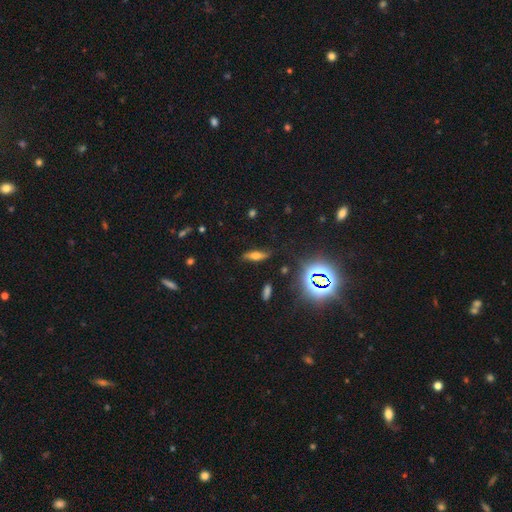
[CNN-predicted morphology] smooth-or-featured: smooth: 47% | featured or disk: 34% | star or artifact: 19%
  merging: none: 83% | minor disturbance: 12% | major disturbance: 3% | merger: 2%